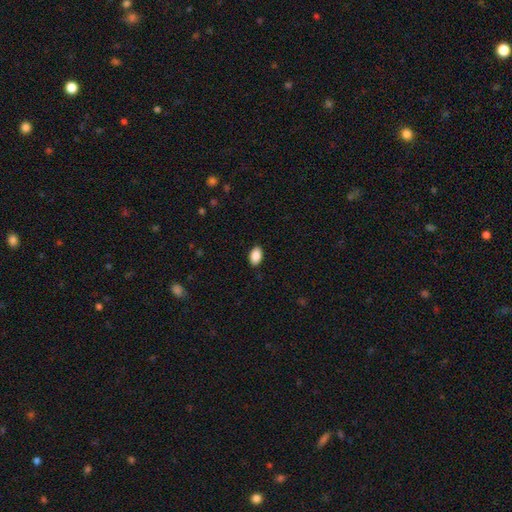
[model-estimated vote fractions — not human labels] Morphology: type=smooth (89%); roundness=in between (90%); merging=none (88%).